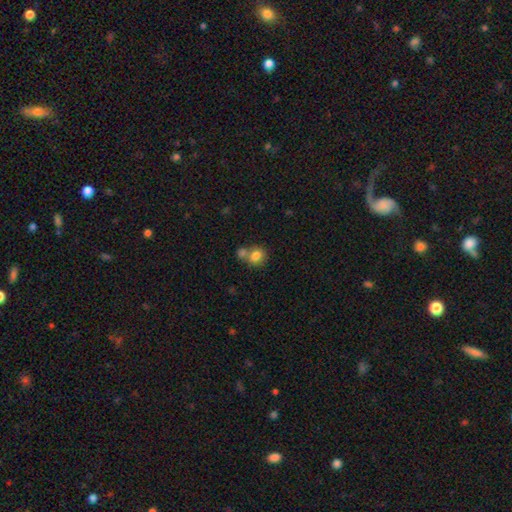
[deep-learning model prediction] Q: Smooth or featured?
A: smooth (80%); runner-up: featured or disk (10%)
Q: How rounded?
A: round (73%); runner-up: in between (26%)
Q: Merging?
A: merger (44%); tied with: none (44%)